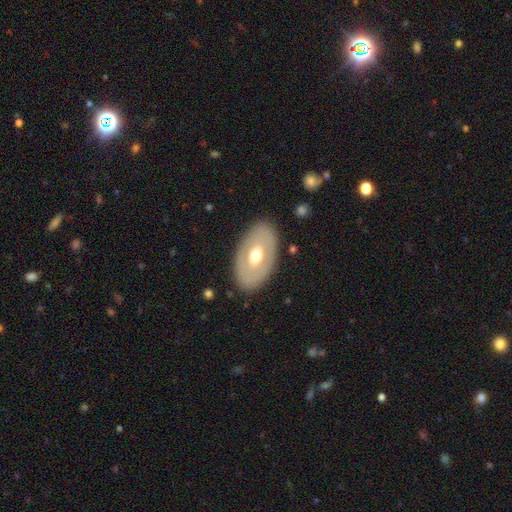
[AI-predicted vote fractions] Smooth or featured? featured or disk (49%)
Merging? none (85%)